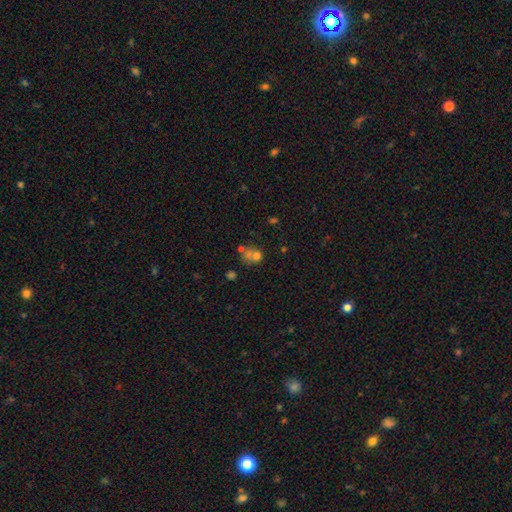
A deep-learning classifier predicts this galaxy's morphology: This is likely a smooth galaxy (63%). How rounded: likely round (69%). Merging: possibly merger (48%).